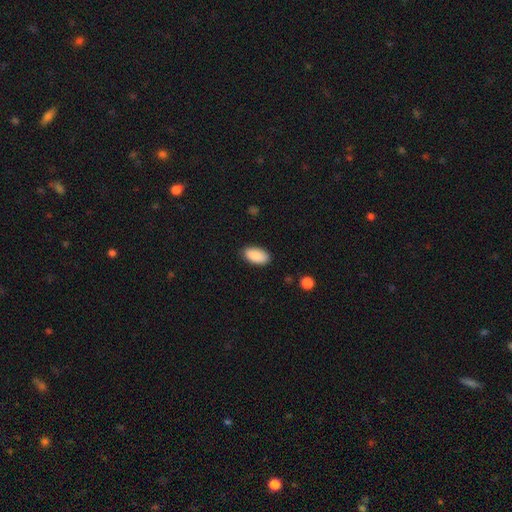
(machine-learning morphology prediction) smooth-or-featured: smooth: 90% | star or artifact: 6% | featured or disk: 3%
  how-rounded: in between: 94% | cigar-shaped: 3% | round: 2%
  merging: none: 88% | minor disturbance: 9% | major disturbance: 2% | merger: 1%